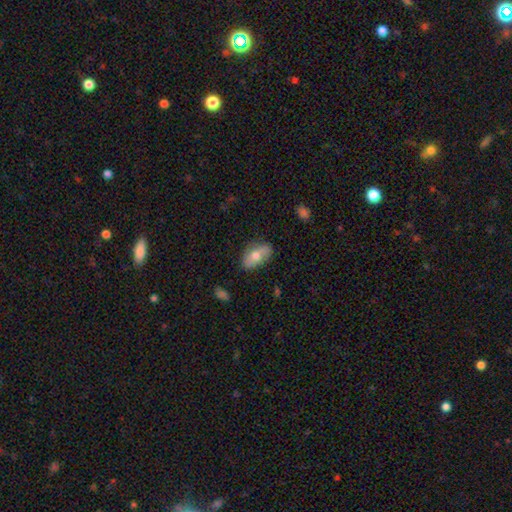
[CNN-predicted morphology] A smooth galaxy with no disk features (65%) that is in between round and cigar-shaped (90%).

Vote fractions:
- Smooth or featured? smooth: 65% / featured or disk: 28% / star or artifact: 7%
- How rounded? in between: 90% / round: 6% / cigar-shaped: 4%
- Merging? none: 78% / minor disturbance: 16% / major disturbance: 3% / merger: 2%